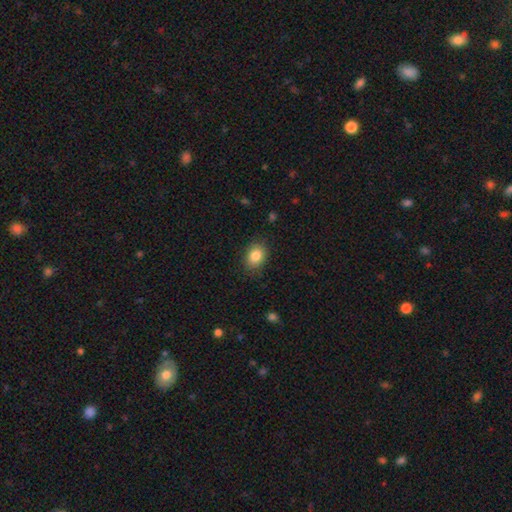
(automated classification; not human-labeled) A smooth galaxy with no disk features (84%) that is in between round and cigar-shaped (62%). Merging: none (84%).